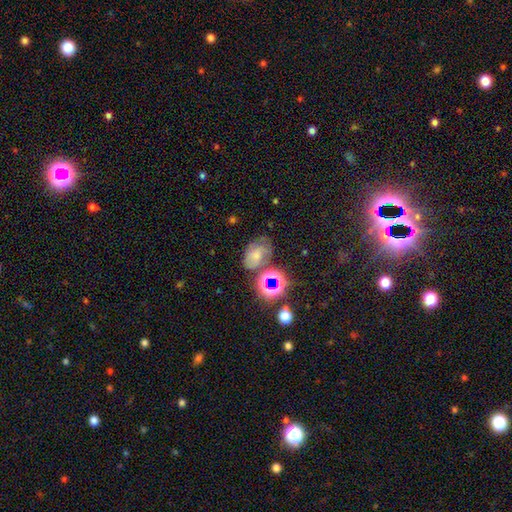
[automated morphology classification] Smooth or featured?
  - smooth: 50% *
  - featured or disk: 26%
  - star or artifact: 25%
Merging?
  - none: 49% *
  - minor disturbance: 23%
  - merger: 14%
  - major disturbance: 13%